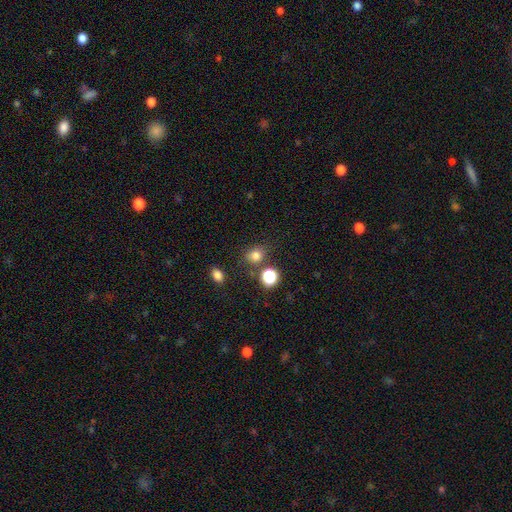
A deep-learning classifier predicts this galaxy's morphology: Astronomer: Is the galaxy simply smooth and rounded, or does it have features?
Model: smooth — 77%.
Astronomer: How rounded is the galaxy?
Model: round — 64%.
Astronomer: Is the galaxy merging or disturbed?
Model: none — 73%.